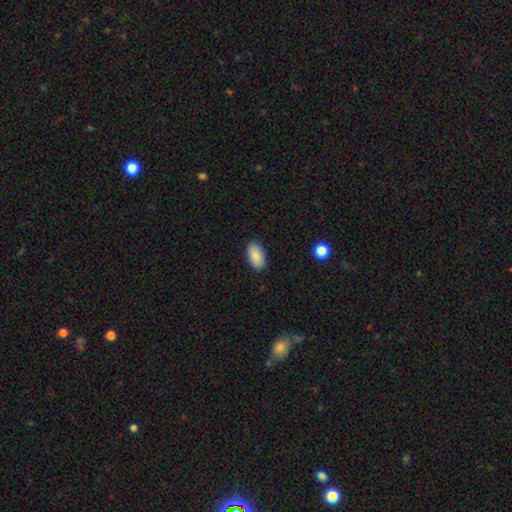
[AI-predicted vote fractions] This appears to be a smooth galaxy with no disk features (86%) that is in between round and cigar-shaped (94%). Merging: none (88%).